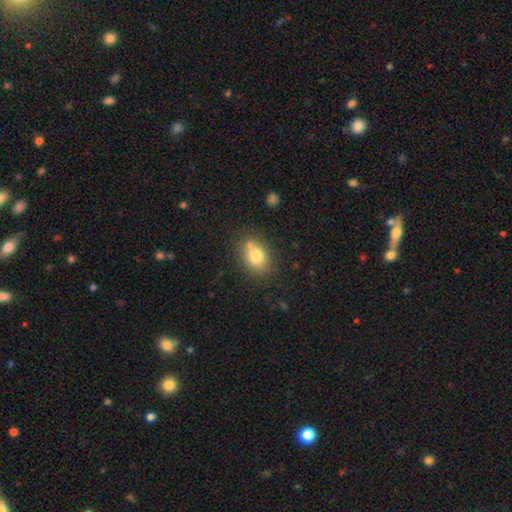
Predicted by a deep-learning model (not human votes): A smooth galaxy with no disk features (77%) that is in between round and cigar-shaped (59%).

Vote fractions:
- Smooth or featured? smooth: 77% / featured or disk: 13% / star or artifact: 10%
- How rounded? in between: 59% / round: 40% / cigar-shaped: 1%
- Merging? none: 68% / minor disturbance: 15% / merger: 13% / major disturbance: 4%